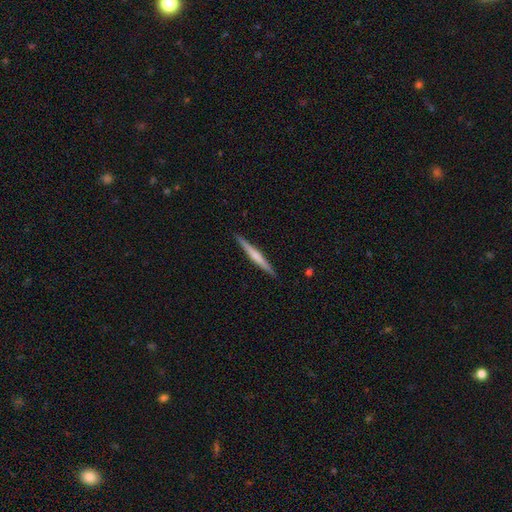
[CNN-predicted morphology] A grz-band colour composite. It shows a featured or disk galaxy (57%) viewed edge-on (98%) with a rounded central bulge (45%). Merging: none (91%).